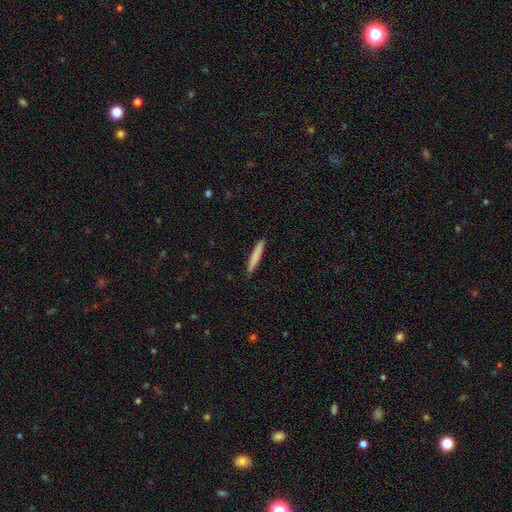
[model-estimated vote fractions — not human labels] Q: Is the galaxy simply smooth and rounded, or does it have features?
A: smooth — 78%.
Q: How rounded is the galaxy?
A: cigar-shaped — 96%.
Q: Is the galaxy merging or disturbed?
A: none — 90%.